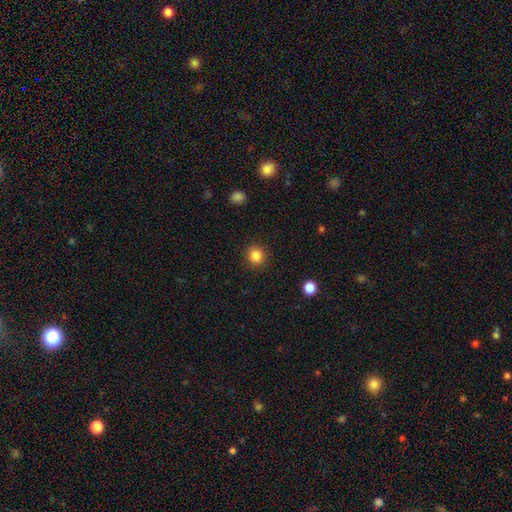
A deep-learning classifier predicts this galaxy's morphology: smooth 85%, star or artifact 11%, featured or disk 4%. Down the decision tree: how rounded — round (91%); merging — none (91%).